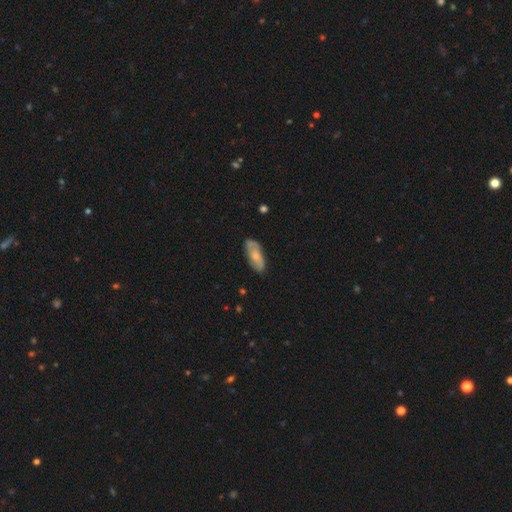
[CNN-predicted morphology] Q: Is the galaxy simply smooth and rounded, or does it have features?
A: smooth — 56%.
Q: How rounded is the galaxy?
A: in between — 78%.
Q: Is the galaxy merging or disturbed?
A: none — 78%.